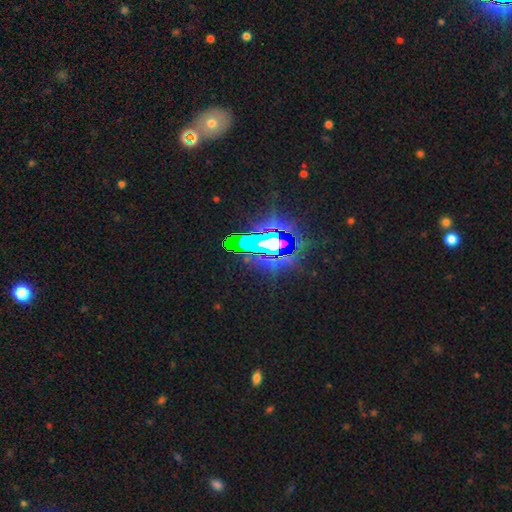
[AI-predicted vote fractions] The model was most divided on "smooth or featured": star or artifact: 79%, featured or disk: 12%, smooth: 9%.